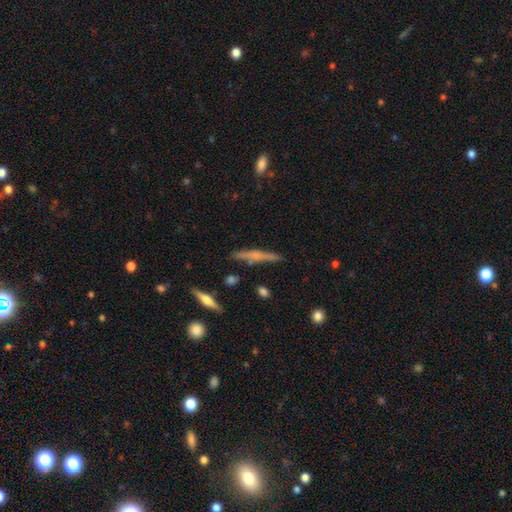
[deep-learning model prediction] This appears to be a featured or disk galaxy (52%) viewed edge-on (96%). Merging: none (82%).